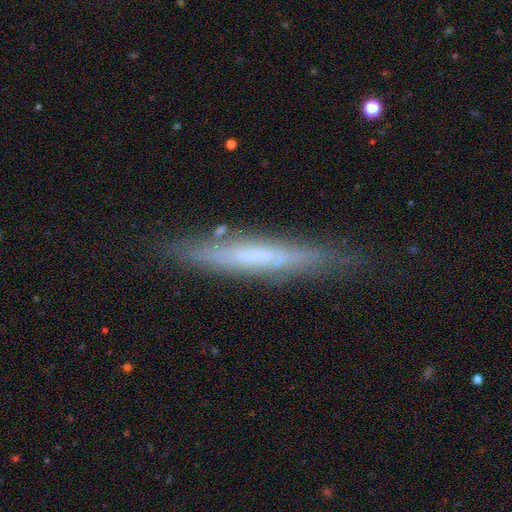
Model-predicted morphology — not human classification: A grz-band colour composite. It shows a featured or disk galaxy (54%) viewed edge-on (90%). Merging: none (81%).